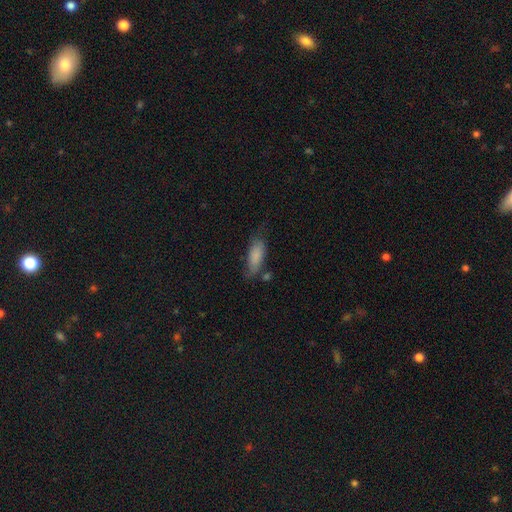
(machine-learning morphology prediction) Smooth or featured: smooth — 80% (featured or disk — 13%)
How rounded: in between — 69% (cigar-shaped — 28%)
Merging: none — 55% (minor disturbance — 29%)